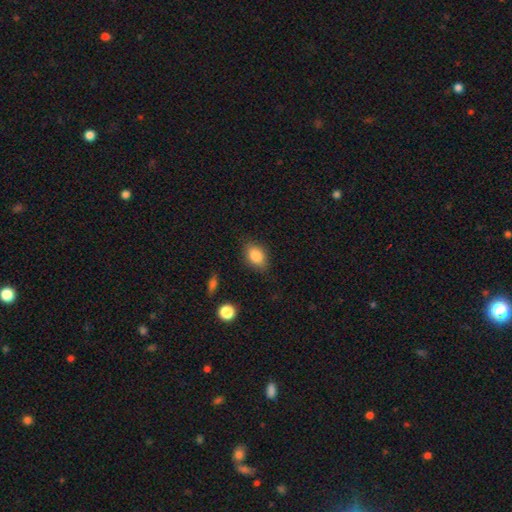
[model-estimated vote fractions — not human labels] Overall: smooth (85%). How rounded: in between (81%). Merging: none (80%).